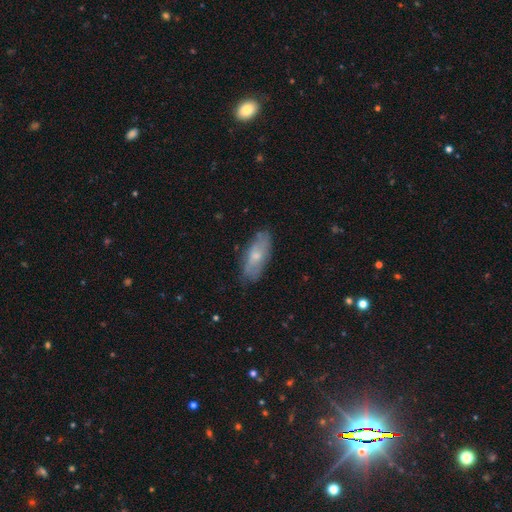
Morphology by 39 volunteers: Q: Smooth or featured?
A: smooth (77%); runner-up: featured or disk (23%)
Q: How rounded?
A: in between (77%); runner-up: cigar-shaped (13%)
Q: Merging?
A: none (64%); runner-up: minor disturbance (33%)